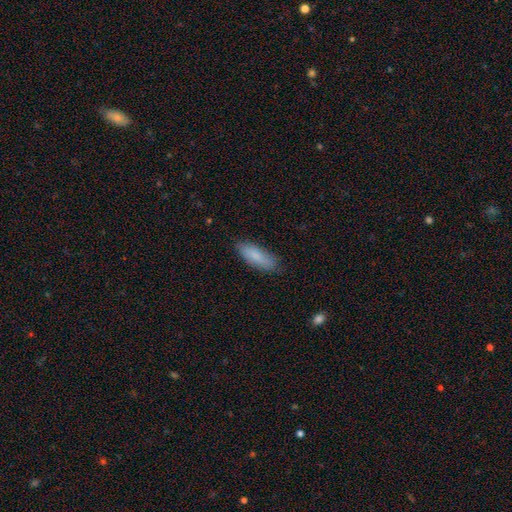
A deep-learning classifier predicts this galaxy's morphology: This is clearly a smooth galaxy (81%). How rounded: possibly in between (58%). Merging: clearly none (80%).